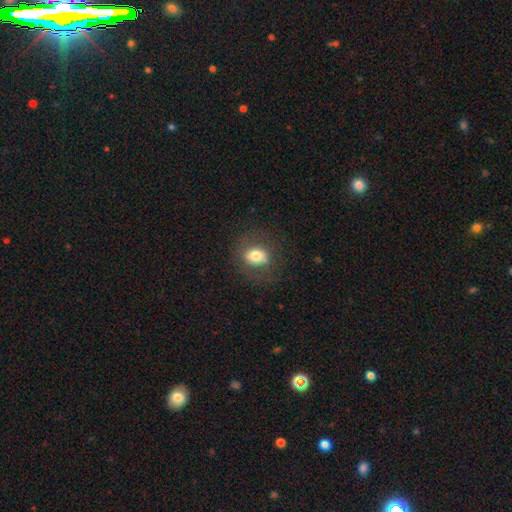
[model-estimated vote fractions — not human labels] This appears to be a smooth galaxy with no disk features (72%) that is round (50%). Merging: none (73%).